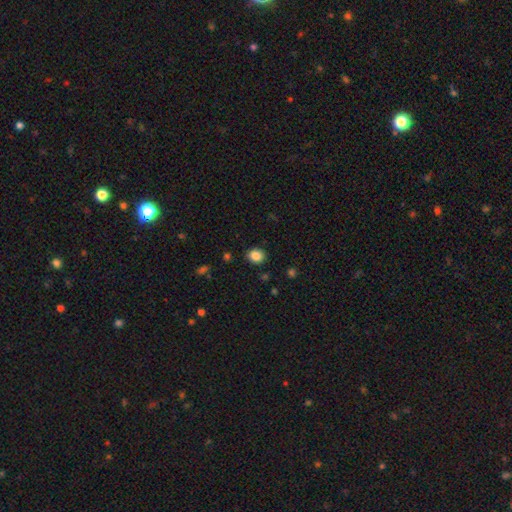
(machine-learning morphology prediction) A smooth galaxy with no disk features (86%) that is round (70%).

Vote fractions:
- Smooth or featured? smooth: 86% / star or artifact: 10% / featured or disk: 4%
- How rounded? round: 70% / in between: 29% / cigar-shaped: 1%
- Merging? none: 88% / minor disturbance: 8% / major disturbance: 2% / merger: 2%